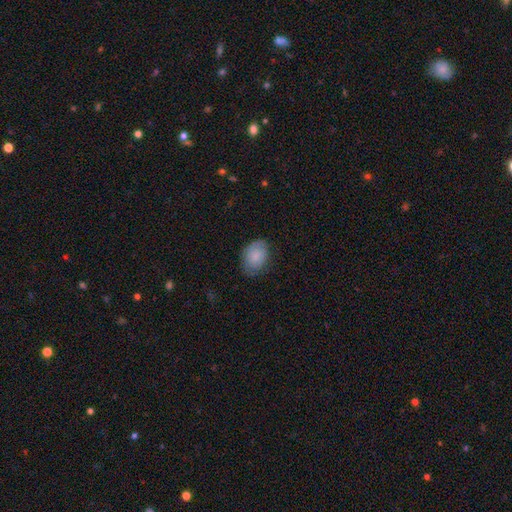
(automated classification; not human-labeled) smooth-or-featured: smooth: 79% | featured or disk: 14% | star or artifact: 7%
  how-rounded: in between: 79% | round: 20% | cigar-shaped: 1%
  merging: none: 73% | minor disturbance: 21% | major disturbance: 5% | merger: 1%